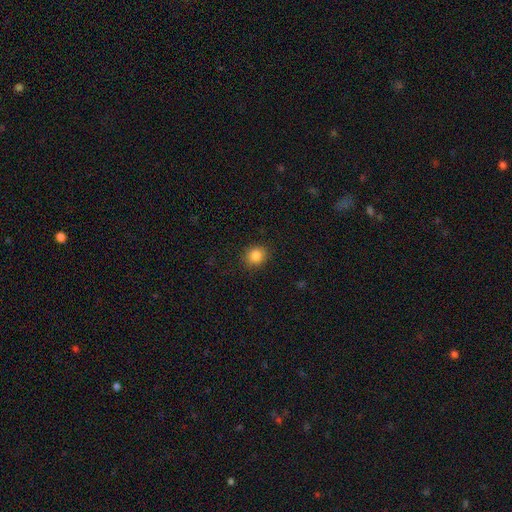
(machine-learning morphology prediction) Smooth or featured?
  - smooth: 85% *
  - star or artifact: 10%
  - featured or disk: 4%
How rounded?
  - round: 79% *
  - in between: 21%
  - cigar-shaped: 1%
Merging?
  - none: 89% *
  - minor disturbance: 8%
  - major disturbance: 2%
  - merger: 1%